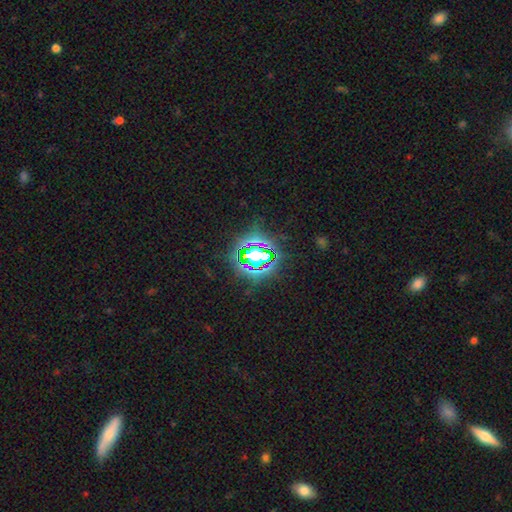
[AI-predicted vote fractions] Smooth or featured? star or artifact (72%)